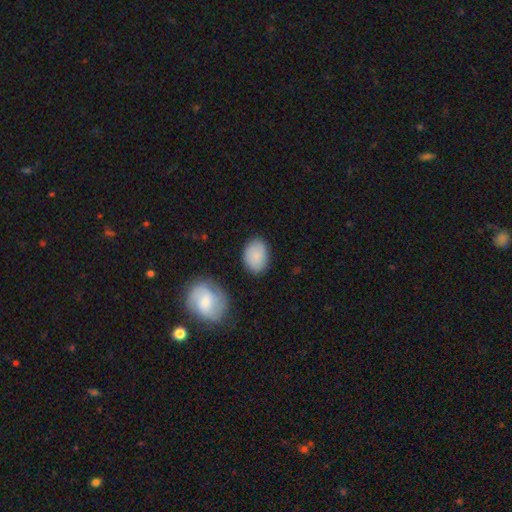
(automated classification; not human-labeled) Smooth or featured?
  - smooth: 83% *
  - featured or disk: 10%
  - star or artifact: 7%
How rounded?
  - in between: 76% *
  - round: 22%
  - cigar-shaped: 1%
Merging?
  - none: 80% *
  - minor disturbance: 14%
  - major disturbance: 3%
  - merger: 3%